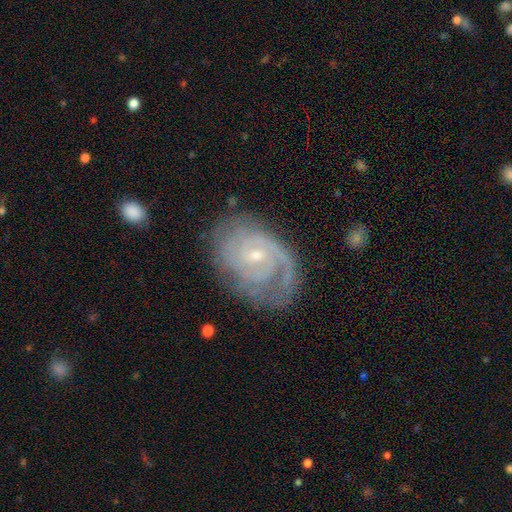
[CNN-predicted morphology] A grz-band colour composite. It shows a featured or disk galaxy (87%) with no bar (57%), 2 (40%) tight (65%) spiral arms (96%) and a small central bulge (69%). Merging: none (67%).